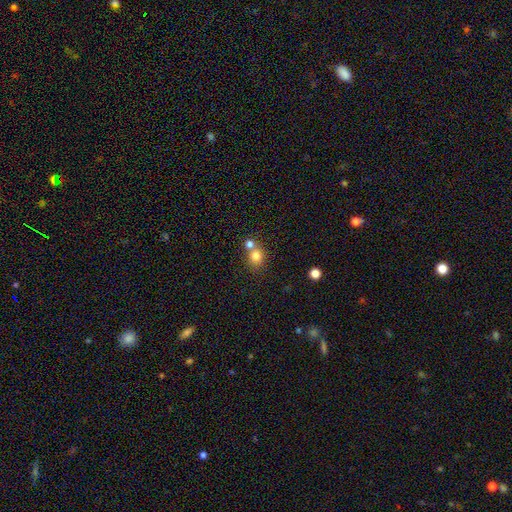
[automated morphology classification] Q: Smooth or featured?
A: smooth (79%); runner-up: star or artifact (12%)
Q: How rounded?
A: round (79%); runner-up: in between (20%)
Q: Merging?
A: none (50%); runner-up: merger (39%)